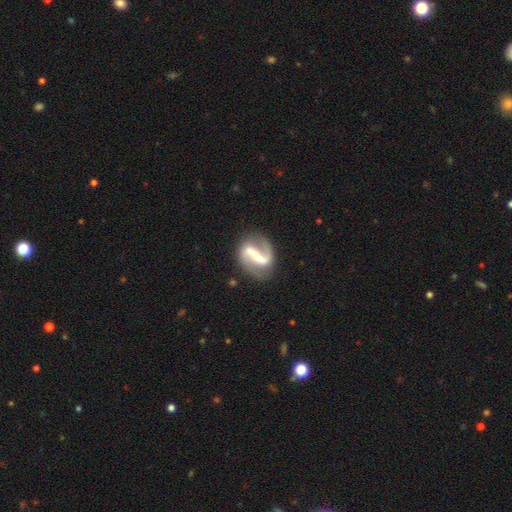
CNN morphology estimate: A featured or disk galaxy (84%) with a strong bar (69%), 2 (86%) loose (50%) spiral arms (90%) and a small central bulge (46%). Merging: none (73%).